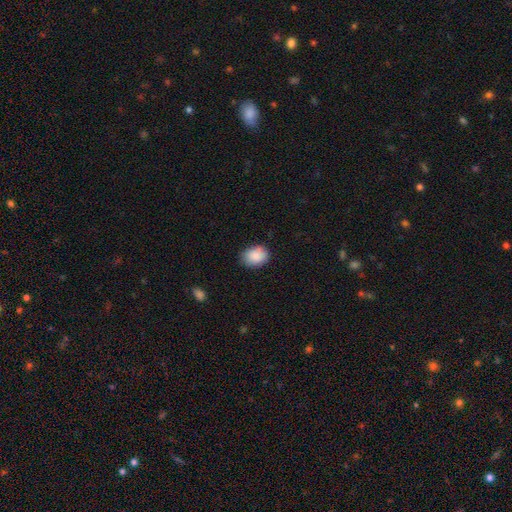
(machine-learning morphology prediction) type=smooth (88%); roundness=in between (67%); merging=none (79%).